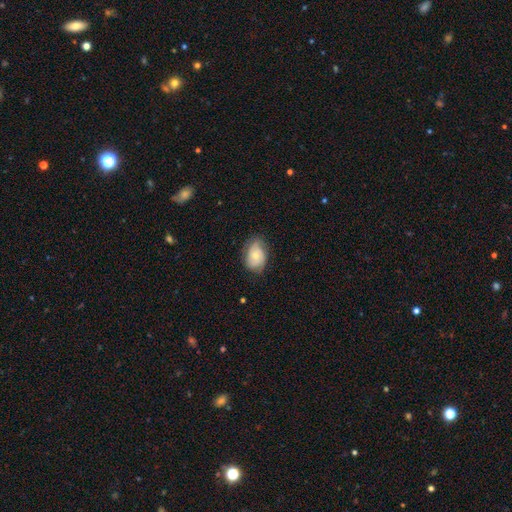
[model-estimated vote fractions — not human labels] Smooth or featured? Predicted: featured or disk (p=0.52). Edge-on disk? Predicted: no (p=0.96). Merging? Predicted: none (p=0.69).